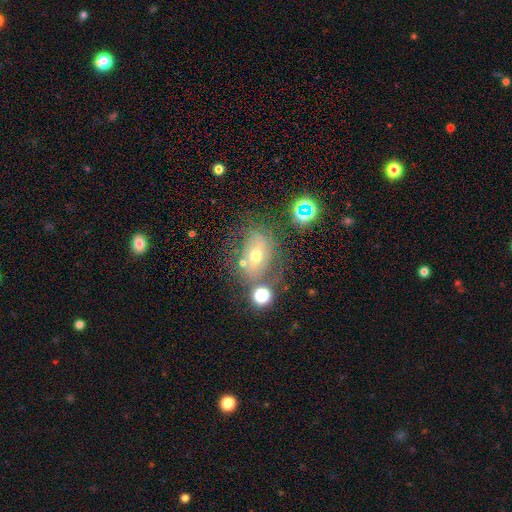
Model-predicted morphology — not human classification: featured or disk 42%, smooth 40%, star or artifact 18%. Down the decision tree: merging — none (55%).